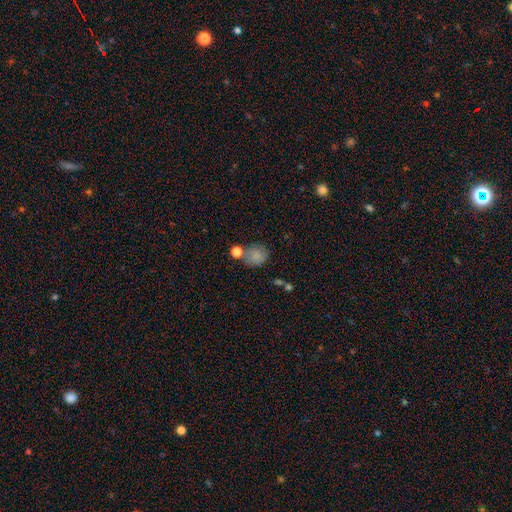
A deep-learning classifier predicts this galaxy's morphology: Smooth or featured?
  - smooth: 80% *
  - star or artifact: 11%
  - featured or disk: 9%
How rounded?
  - round: 72% *
  - in between: 27%
  - cigar-shaped: 1%
Merging?
  - none: 57% *
  - minor disturbance: 19%
  - merger: 16%
  - major disturbance: 8%